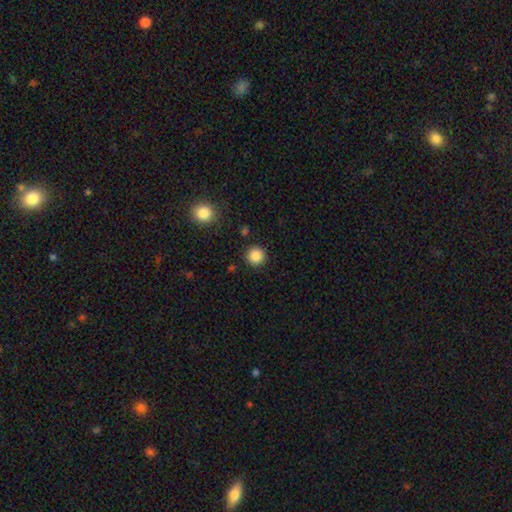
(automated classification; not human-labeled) Smooth or featured: smooth — 86% (star or artifact — 10%)
How rounded: round — 95% (in between — 4%)
Merging: none — 90% (minor disturbance — 6%)